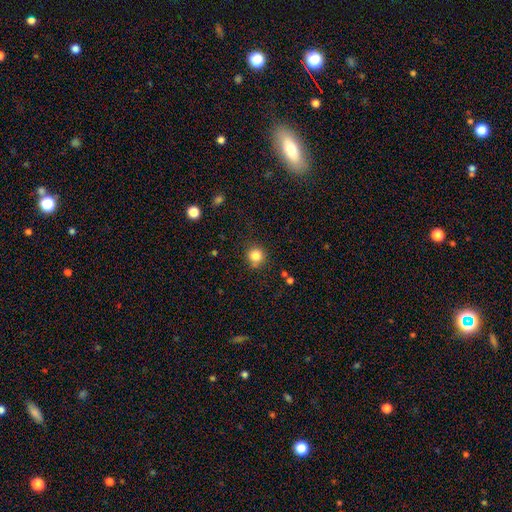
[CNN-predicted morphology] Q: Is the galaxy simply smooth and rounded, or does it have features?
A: smooth — 82%.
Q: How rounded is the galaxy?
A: round — 91%.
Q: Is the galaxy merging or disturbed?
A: none — 84%.